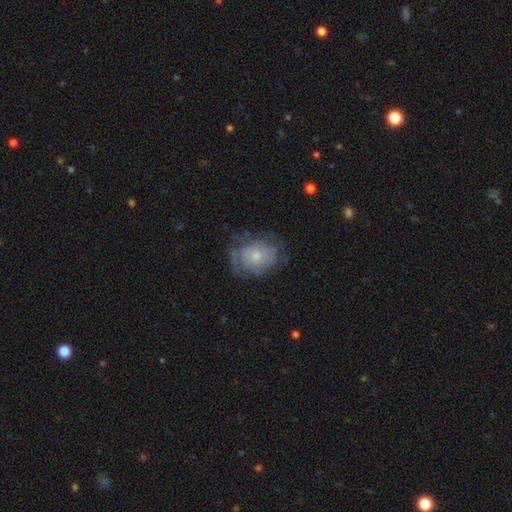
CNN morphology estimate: This appears to be a smooth galaxy with no disk features (50%). Merging: none (57%).